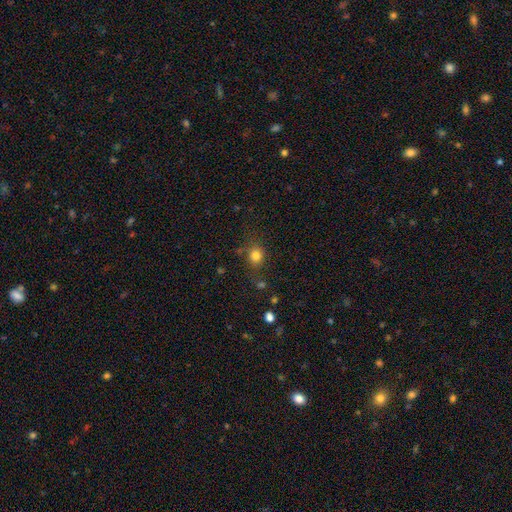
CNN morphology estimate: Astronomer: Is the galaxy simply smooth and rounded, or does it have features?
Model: smooth — 80%.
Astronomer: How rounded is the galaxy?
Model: round — 78%.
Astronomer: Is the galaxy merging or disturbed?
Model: none — 76%.